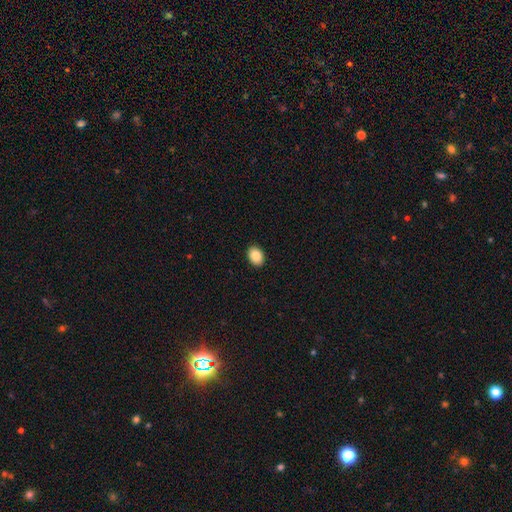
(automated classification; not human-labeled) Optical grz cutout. It shows a smooth galaxy with no disk features (86%) that is in between round and cigar-shaped (73%). Merging: none (91%).